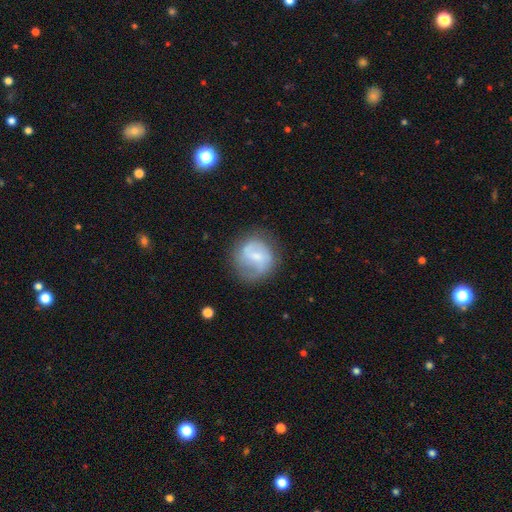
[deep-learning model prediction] The model was most divided on "smooth or featured": featured or disk: 52%, smooth: 40%, star or artifact: 7%. Remaining: edge-on disk — no (98%); spiral arms — yes (74%); merging — none (63%); bulge size — small (52%); bar — weak (49%).